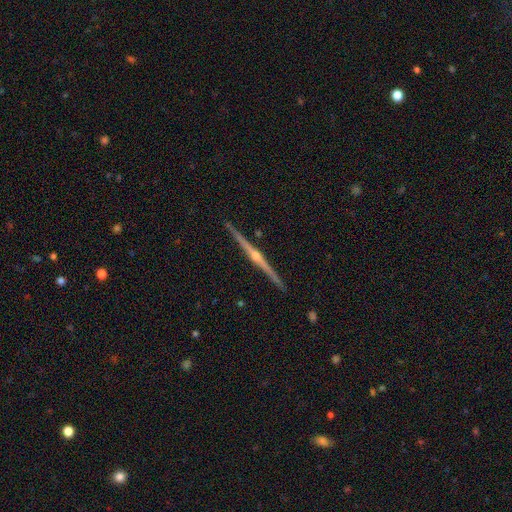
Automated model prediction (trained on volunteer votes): Smooth or featured? featured or disk (89%)
Edge-on disk? yes (99%)
Edge-on bulge? rounded (91%)
Merging? none (93%)